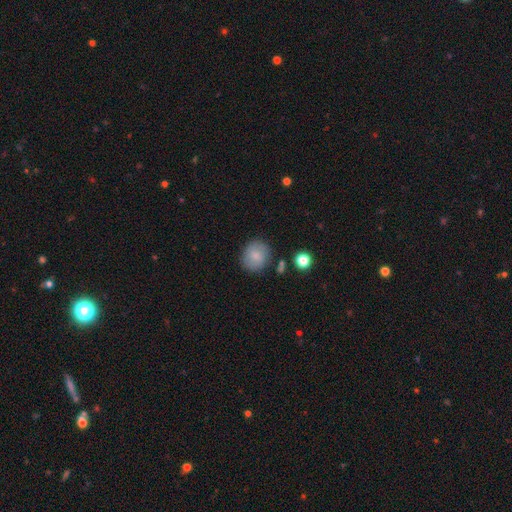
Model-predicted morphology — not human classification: type=smooth (77%); roundness=round (79%); merging=none (81%).